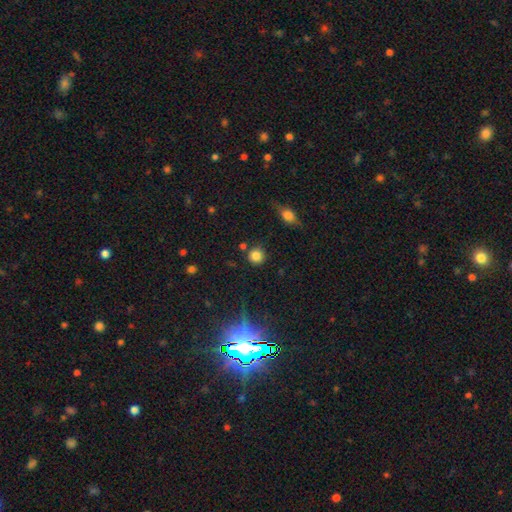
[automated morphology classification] smooth-or-featured: smooth: 81% | star or artifact: 14% | featured or disk: 5%
  how-rounded: round: 92% | in between: 7% | cigar-shaped: 1%
  merging: none: 84% | minor disturbance: 8% | merger: 5% | major disturbance: 3%